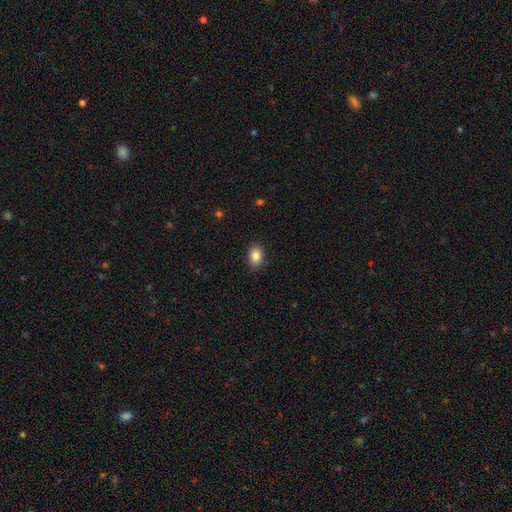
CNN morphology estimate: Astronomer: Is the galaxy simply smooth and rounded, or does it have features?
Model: smooth — 86%.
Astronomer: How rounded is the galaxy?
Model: in between — 76%.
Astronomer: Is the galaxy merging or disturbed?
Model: none — 88%.